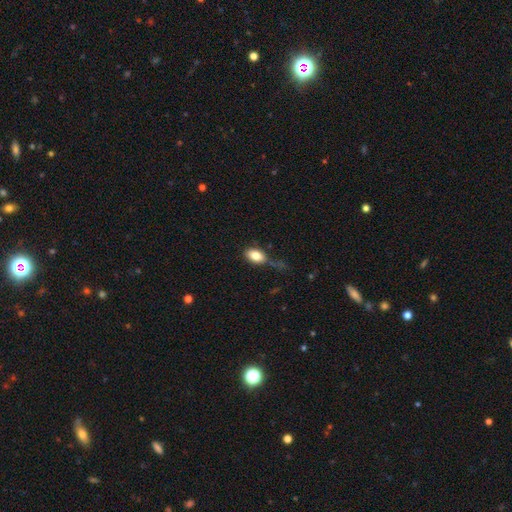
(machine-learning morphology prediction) Smooth or featured? smooth (83%)
How rounded? in between (89%)
Merging? none (50%)